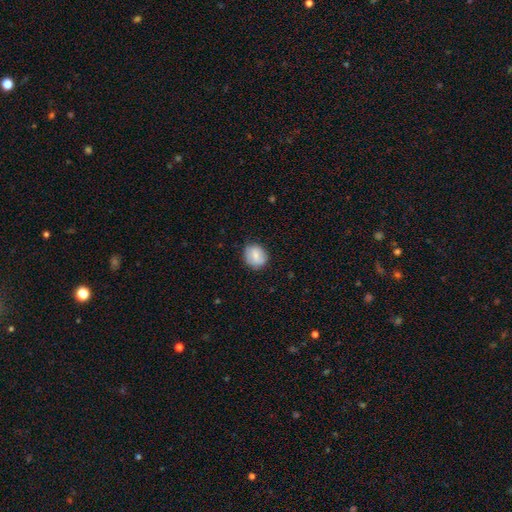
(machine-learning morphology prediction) A smooth galaxy with no disk features (79%) that is round (67%).

Vote fractions:
- Smooth or featured? smooth: 79% / featured or disk: 14% / star or artifact: 8%
- How rounded? round: 67% / in between: 32% / cigar-shaped: 1%
- Merging? none: 79% / minor disturbance: 16% / major disturbance: 3% / merger: 1%